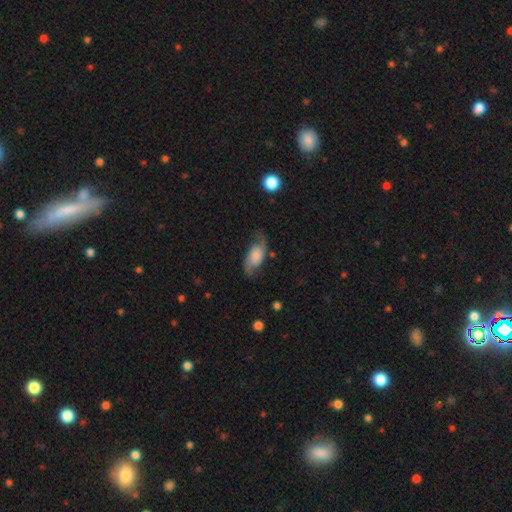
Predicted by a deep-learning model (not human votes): Smooth or featured? Predicted: featured or disk (p=0.72). Edge-on disk? Predicted: no (p=0.94). Bar? Predicted: no (p=0.64). Spiral arms? Predicted: yes (p=0.94). Spiral winding? Predicted: loose (p=0.54). Spiral arm count? Predicted: 2 (p=0.92). Bulge size? Predicted: none (p=0.29). Merging? Predicted: none (p=0.72).